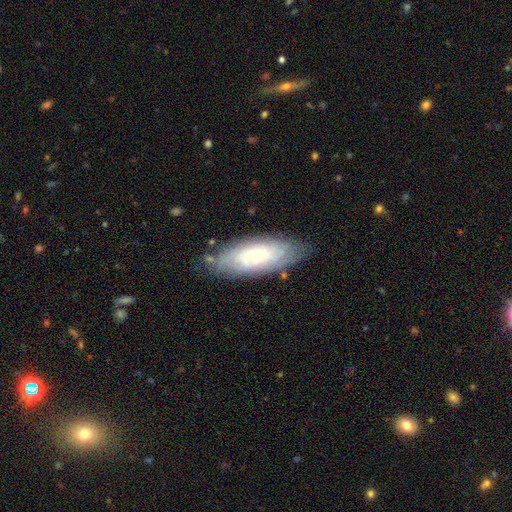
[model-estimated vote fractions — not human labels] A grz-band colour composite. It shows a featured or disk galaxy (56%). Merging: none (77%).